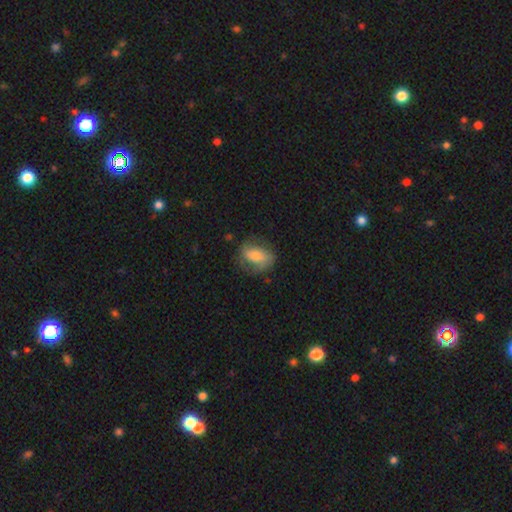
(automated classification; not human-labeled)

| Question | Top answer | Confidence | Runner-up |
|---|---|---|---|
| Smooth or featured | smooth | 50% | featured or disk (42%) |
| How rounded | in between | 68% | round (29%) |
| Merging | none | 66% | minor disturbance (23%) |